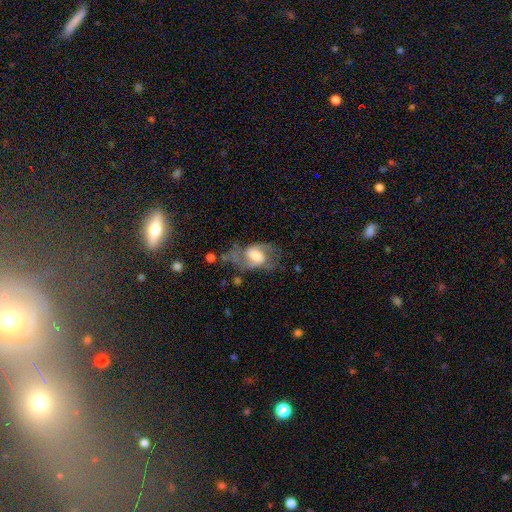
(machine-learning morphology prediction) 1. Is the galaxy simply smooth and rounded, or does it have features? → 65% featured or disk, 28% smooth, 7% star or artifact.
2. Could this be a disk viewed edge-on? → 95% no, 5% yes.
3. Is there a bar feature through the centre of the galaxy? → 48% weak, 33% no, 19% strong.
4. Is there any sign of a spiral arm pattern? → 82% yes, 18% no.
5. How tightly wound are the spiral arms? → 46% medium, 40% loose, 15% tight.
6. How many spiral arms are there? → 81% 2, 10% can't tell, 5% 1, 2% 3, 1% 4, 1% more than 4.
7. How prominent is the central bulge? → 42% moderate, 33% large, 16% small, 5% none, 4% dominant.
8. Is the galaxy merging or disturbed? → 40% none, 29% major disturbance, 25% minor disturbance, 6% merger.